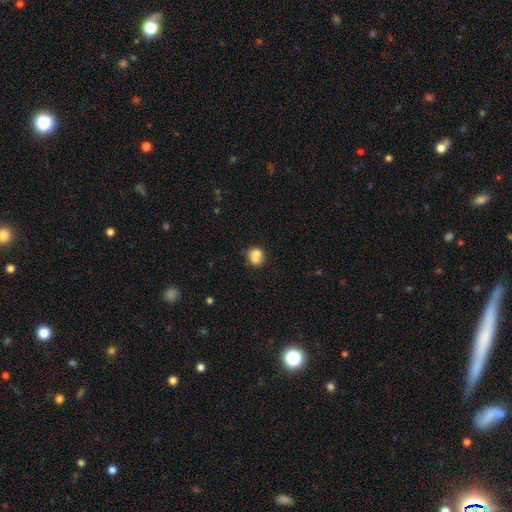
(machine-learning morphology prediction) This is likely a smooth galaxy (71%). How rounded: likely round (64%). Merging: possibly merger (56%).